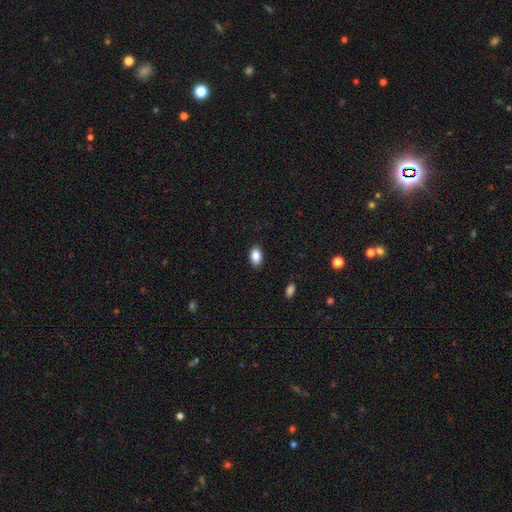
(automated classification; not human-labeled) Morphology: type=smooth (87%); roundness=in between (89%); merging=none (88%).